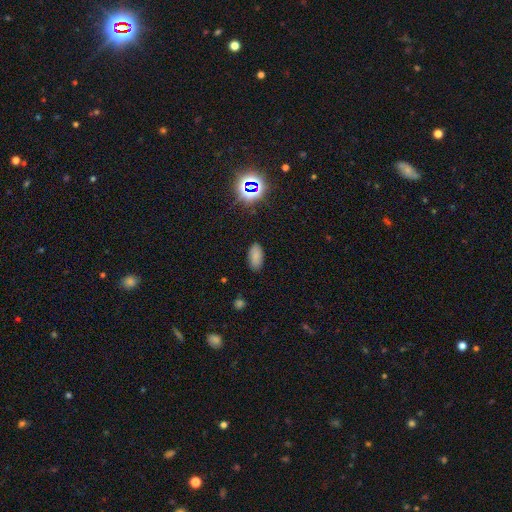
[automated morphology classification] Q: Smooth or featured?
A: smooth (80%); runner-up: star or artifact (14%)
Q: How rounded?
A: in between (93%); runner-up: cigar-shaped (4%)
Q: Merging?
A: none (85%); runner-up: minor disturbance (11%)